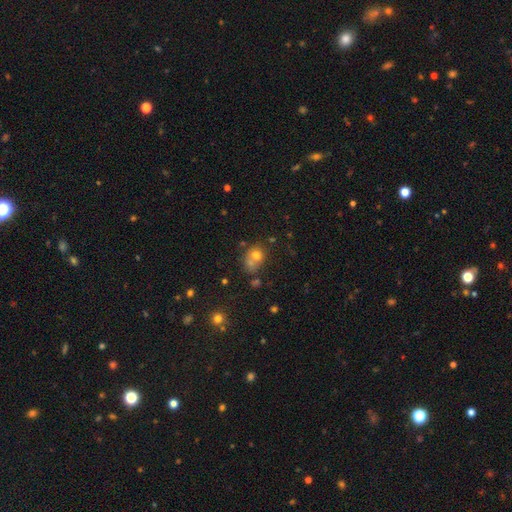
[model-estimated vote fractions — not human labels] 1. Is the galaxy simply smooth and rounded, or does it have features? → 70% smooth, 16% featured or disk, 14% star or artifact.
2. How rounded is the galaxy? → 60% round, 38% in between, 1% cigar-shaped.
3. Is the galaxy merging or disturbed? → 41% merger, 36% none, 15% minor disturbance, 8% major disturbance.